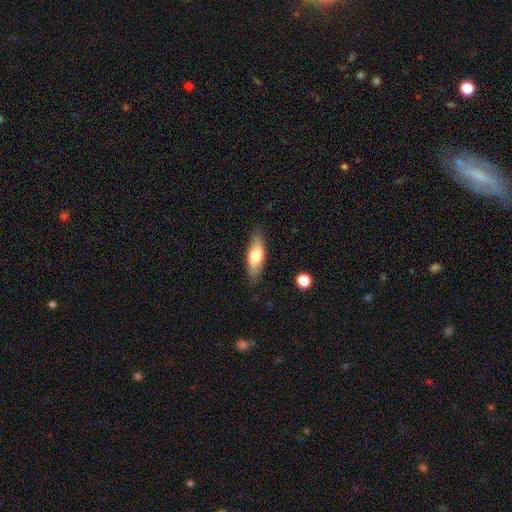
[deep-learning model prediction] The model was most divided on "how rounded": in between: 63%, cigar-shaped: 34%, round: 3%. More confident: merging — none (85%); smooth or featured — smooth (65%).